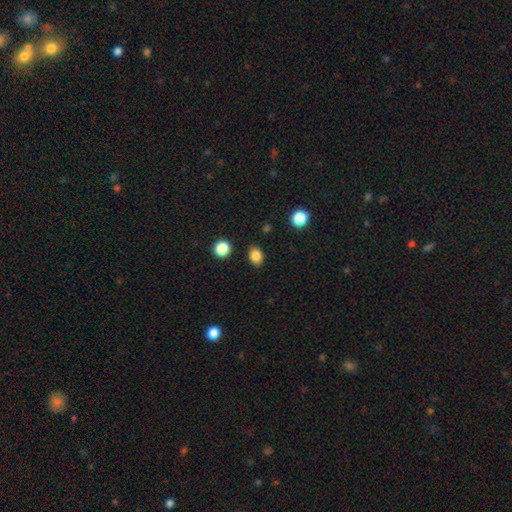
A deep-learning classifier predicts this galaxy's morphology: smooth-or-featured: smooth: 84% | star or artifact: 10% | featured or disk: 6%
  how-rounded: in between: 70% | round: 29% | cigar-shaped: 1%
  merging: none: 87% | minor disturbance: 9% | major disturbance: 2% | merger: 2%